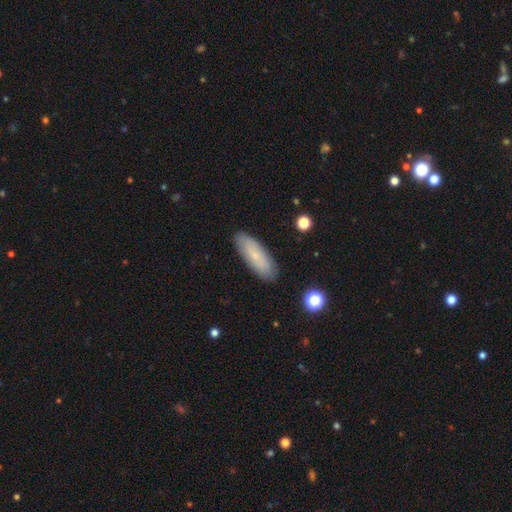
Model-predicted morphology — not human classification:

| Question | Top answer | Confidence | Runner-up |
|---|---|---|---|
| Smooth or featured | smooth | 72% | featured or disk (21%) |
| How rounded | in between | 57% | cigar-shaped (41%) |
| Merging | none | 87% | minor disturbance (10%) |